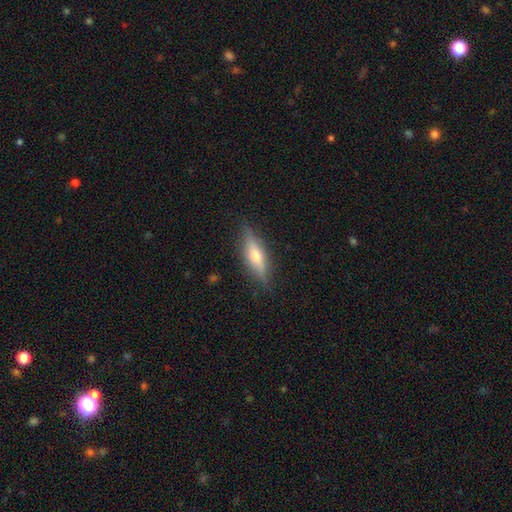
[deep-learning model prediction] Smooth or featured? Predicted: smooth (p=0.48). Merging? Predicted: none (p=0.86).